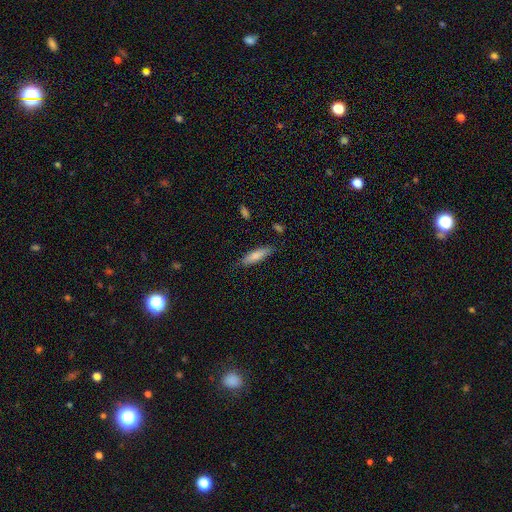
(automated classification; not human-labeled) Smooth or featured? Predicted: smooth (p=0.81). How rounded? Predicted: cigar-shaped (p=0.60). Merging? Predicted: none (p=0.80).